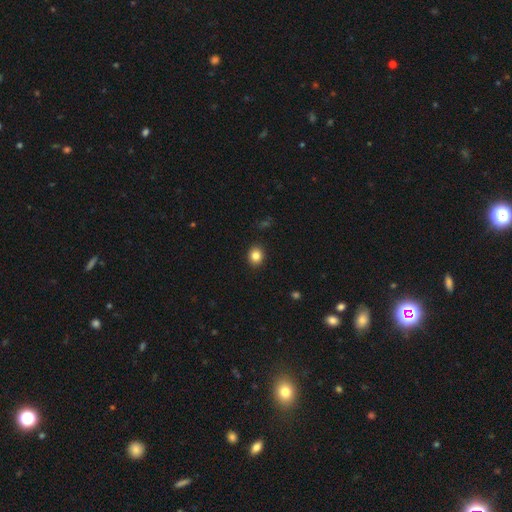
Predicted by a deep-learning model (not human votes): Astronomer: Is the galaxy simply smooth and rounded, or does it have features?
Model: smooth — 84%.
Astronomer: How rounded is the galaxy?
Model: round — 69%.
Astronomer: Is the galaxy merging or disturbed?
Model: none — 91%.